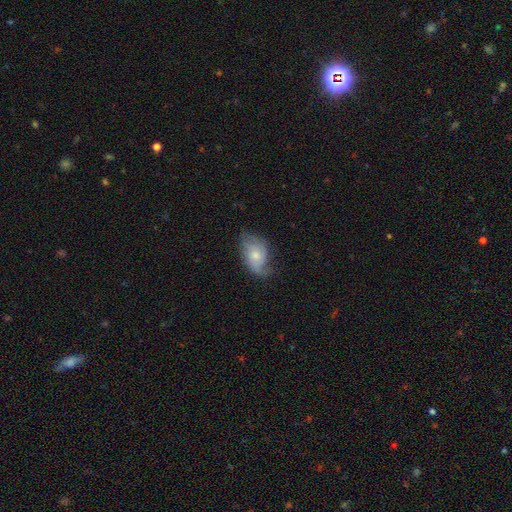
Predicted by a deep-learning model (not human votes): Smooth or featured? featured or disk (47%)
Merging? none (49%)